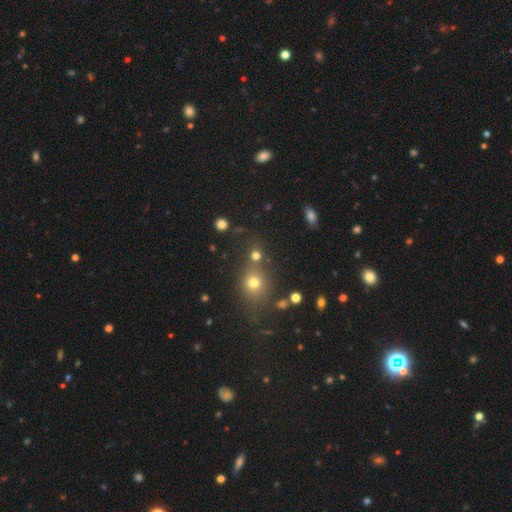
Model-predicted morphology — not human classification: This appears to be a smooth galaxy with no disk features (70%) that is round (84%). Merging: none (62%).